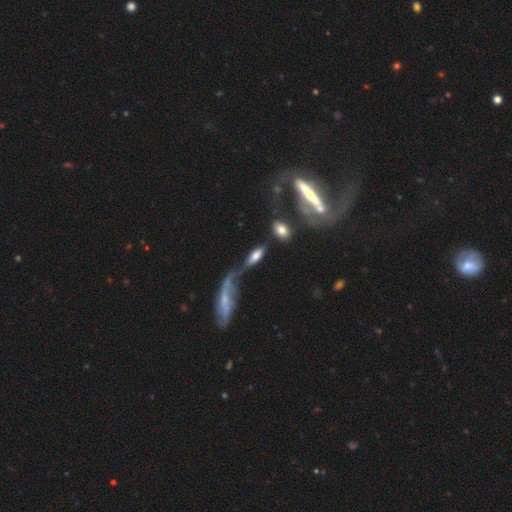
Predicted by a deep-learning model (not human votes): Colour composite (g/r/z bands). It shows a smooth galaxy with no disk features (58%) that is in between round and cigar-shaped (72%). Merging: merger (41%).